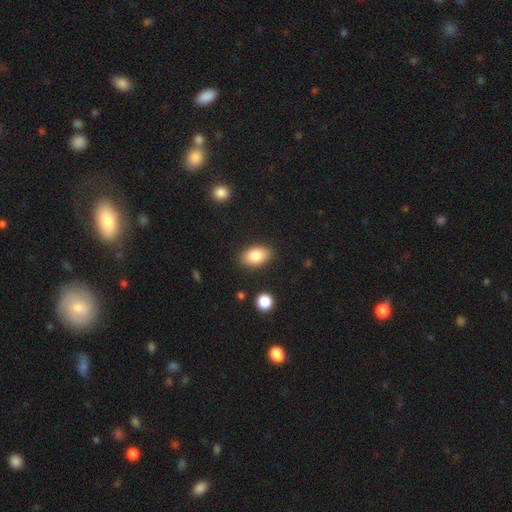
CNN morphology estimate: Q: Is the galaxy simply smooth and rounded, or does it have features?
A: smooth — 83%.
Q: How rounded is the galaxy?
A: in between — 91%.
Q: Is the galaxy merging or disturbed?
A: none — 85%.